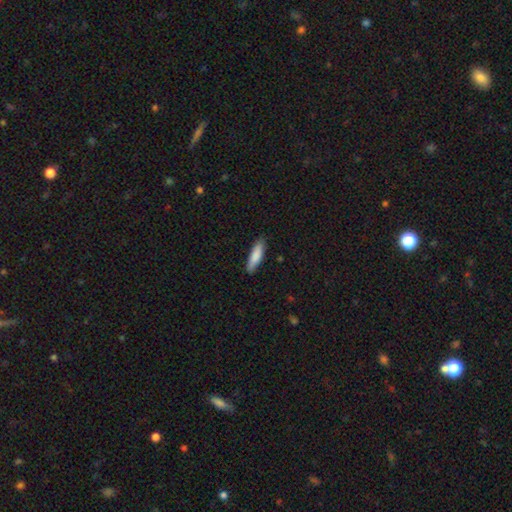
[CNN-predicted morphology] This is clearly a smooth galaxy (85%). How rounded: likely cigar-shaped (68%). Merging: clearly none (83%).